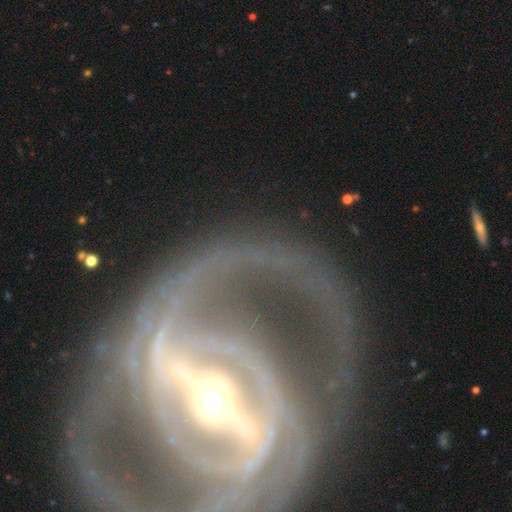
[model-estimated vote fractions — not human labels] Smooth or featured?
  - featured or disk: 88% *
  - star or artifact: 6%
  - smooth: 6%
Edge-on disk?
  - no: 93% *
  - yes: 7%
Bar?
  - strong: 73% *
  - weak: 17%
  - no: 10%
Spiral arms?
  - yes: 85% *
  - no: 15%
Spiral winding?
  - tight: 45% *
  - medium: 37%
  - loose: 18%
Spiral arm count?
  - 2: 55% *
  - can't tell: 16%
  - 3: 9%
  - 1: 7%
  - 4: 6%
  - more than 4: 6%
Bulge size?
  - moderate: 56% *
  - small: 34%
  - large: 7%
  - dominant: 2%
  - none: 1%
Merging?
  - none: 63% *
  - major disturbance: 19%
  - minor disturbance: 14%
  - merger: 4%